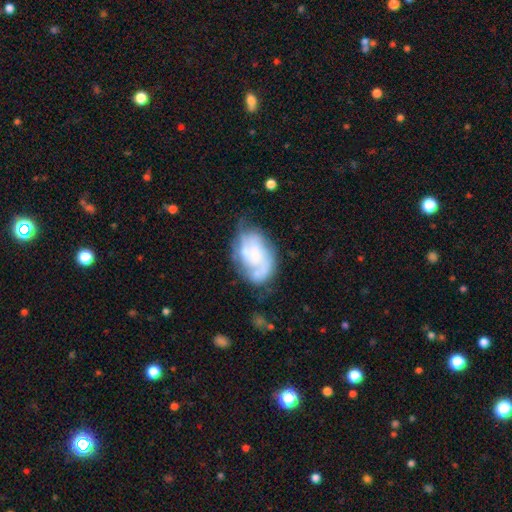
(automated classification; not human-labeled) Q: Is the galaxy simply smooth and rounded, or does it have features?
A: featured or disk — 66%.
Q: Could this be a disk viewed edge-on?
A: no — 97%.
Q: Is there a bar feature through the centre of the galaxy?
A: no — 72%.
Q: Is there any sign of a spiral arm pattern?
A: yes — 76%.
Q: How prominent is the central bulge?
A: small — 56%.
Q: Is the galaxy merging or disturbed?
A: none — 48%.